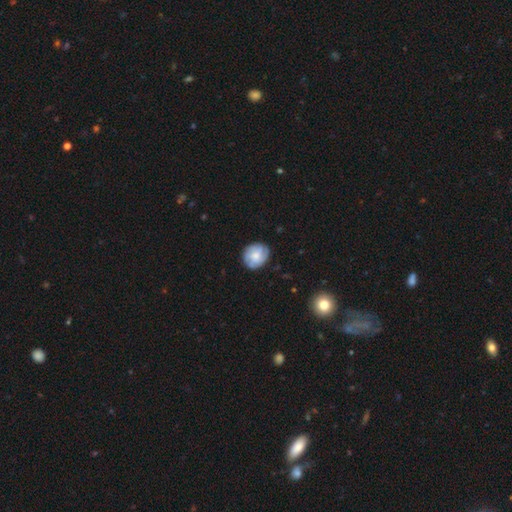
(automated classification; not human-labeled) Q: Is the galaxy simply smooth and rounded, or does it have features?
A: featured or disk — 48%.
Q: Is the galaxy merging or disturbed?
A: none — 78%.